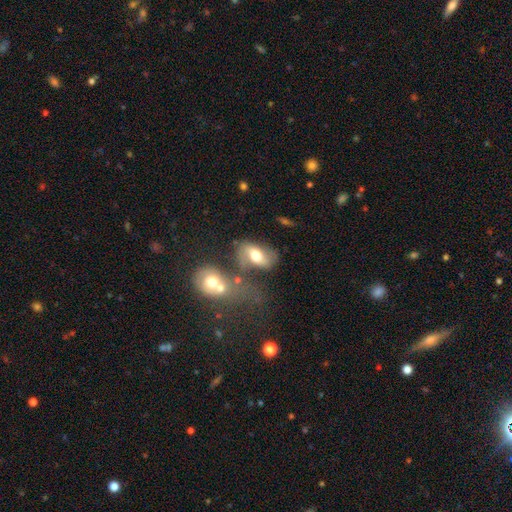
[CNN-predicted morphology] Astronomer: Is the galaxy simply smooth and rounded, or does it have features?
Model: smooth — 46% (runner-up: featured or disk, 45%).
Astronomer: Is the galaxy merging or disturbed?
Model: none — 45% (runner-up: merger, 21%).